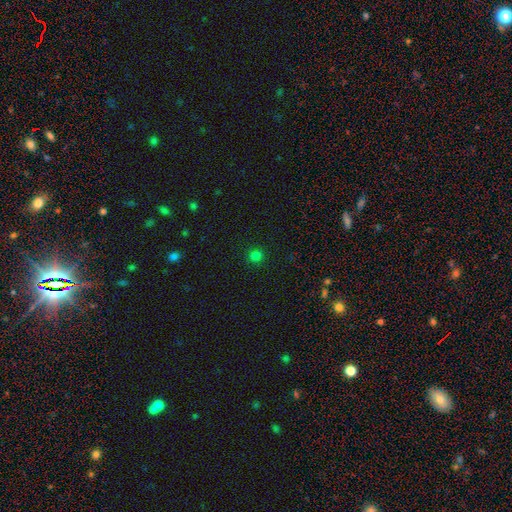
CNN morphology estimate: Smooth or featured: smooth — 78% (star or artifact — 18%)
How rounded: round — 94% (in between — 5%)
Merging: none — 92% (minor disturbance — 5%)